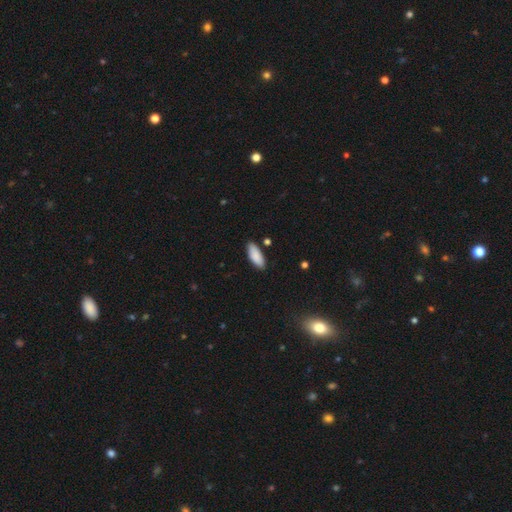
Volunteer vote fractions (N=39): smooth_or_featured: smooth (p=0.79) [alt: featured or disk p=0.10]
how_rounded: in between (p=0.68) [alt: cigar-shaped p=0.29]
merging: none (p=0.80) [alt: minor disturbance p=0.20]